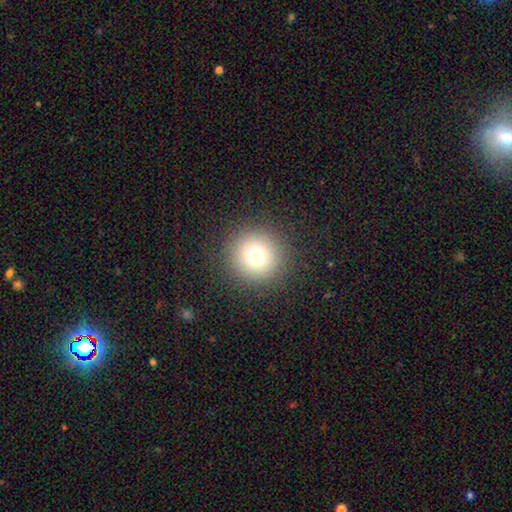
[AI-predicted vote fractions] Smooth or featured? Predicted: smooth (p=0.73). How rounded? Predicted: round (p=0.95). Merging? Predicted: none (p=0.90).